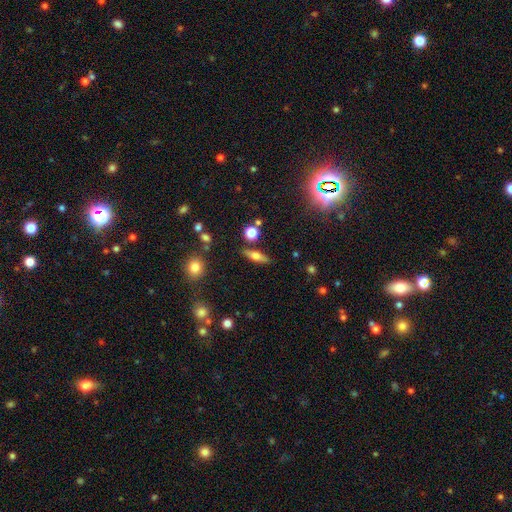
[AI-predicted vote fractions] Morphology: type=smooth (54%); roundness=cigar-shaped (47%); merging=none (82%).